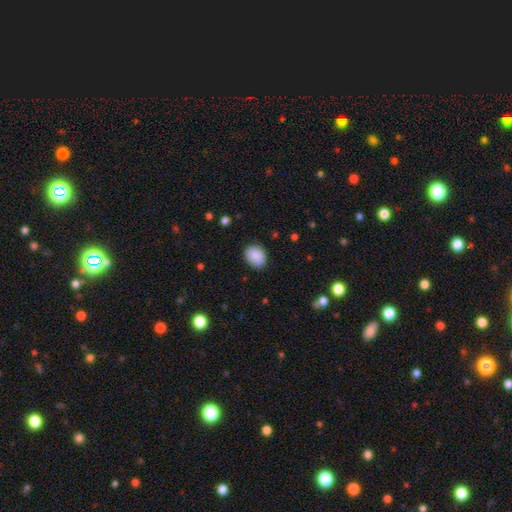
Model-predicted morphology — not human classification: Smooth or featured? smooth (89%)
How rounded? in between (53%)
Merging? none (83%)